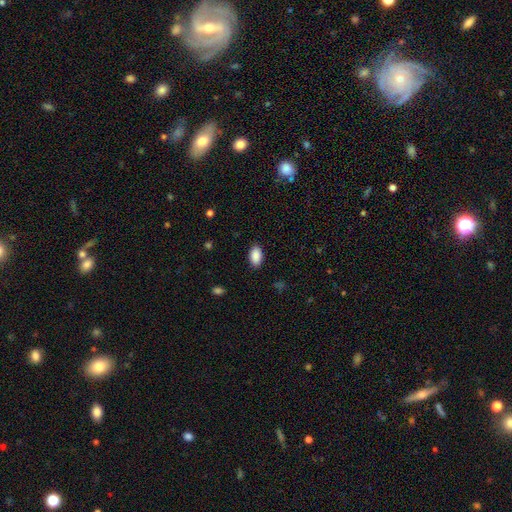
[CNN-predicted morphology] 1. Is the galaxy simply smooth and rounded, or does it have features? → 90% smooth, 7% star or artifact, 3% featured or disk.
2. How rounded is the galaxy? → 94% in between, 5% round, 2% cigar-shaped.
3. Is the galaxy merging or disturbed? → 87% none, 9% minor disturbance, 2% major disturbance, 1% merger.